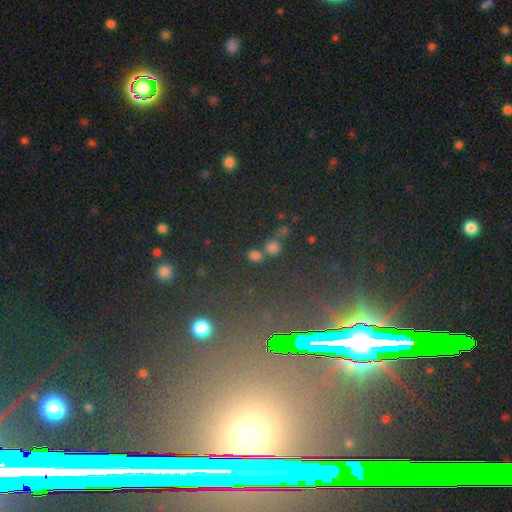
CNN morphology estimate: Q: Smooth or featured?
A: star or artifact (66%); runner-up: smooth (23%)